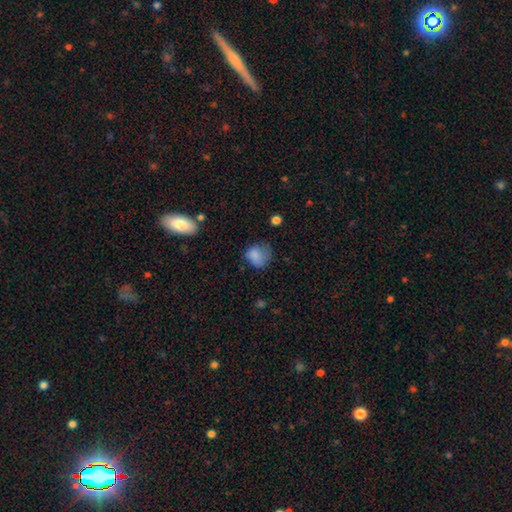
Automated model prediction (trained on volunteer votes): A smooth galaxy with no disk features (80%) that is round (64%).

Vote fractions:
- Smooth or featured? smooth: 80% / star or artifact: 10% / featured or disk: 10%
- How rounded? round: 64% / in between: 35% / cigar-shaped: 1%
- Merging? none: 42% / minor disturbance: 34% / major disturbance: 22% / merger: 2%